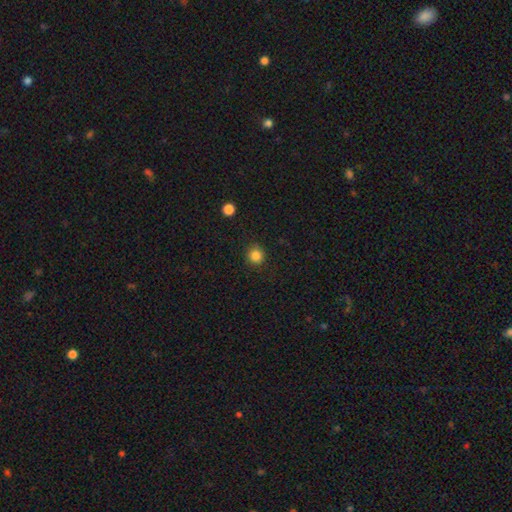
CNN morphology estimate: type=smooth (85%); roundness=round (92%); merging=none (88%).